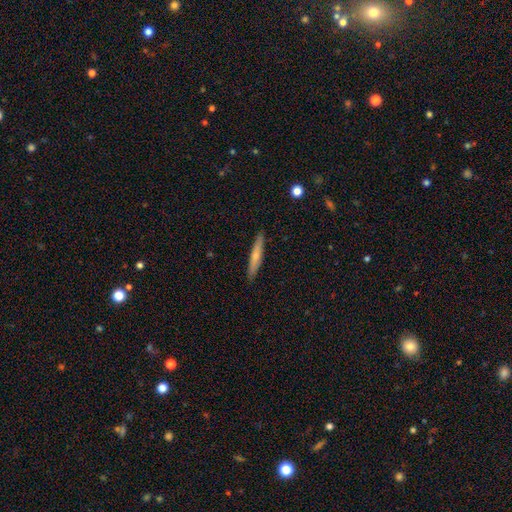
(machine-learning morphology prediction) smooth 62%, featured or disk 32%, star or artifact 6%. Down the decision tree: how rounded — cigar-shaped (93%); merging — none (90%).